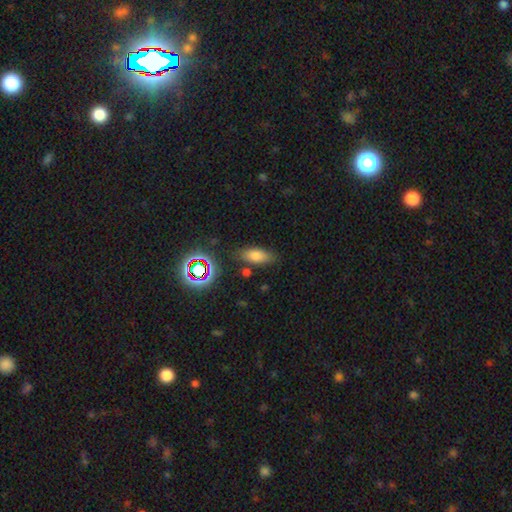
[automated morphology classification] Smooth or featured? smooth (71%)
How rounded? in between (78%)
Merging? none (78%)